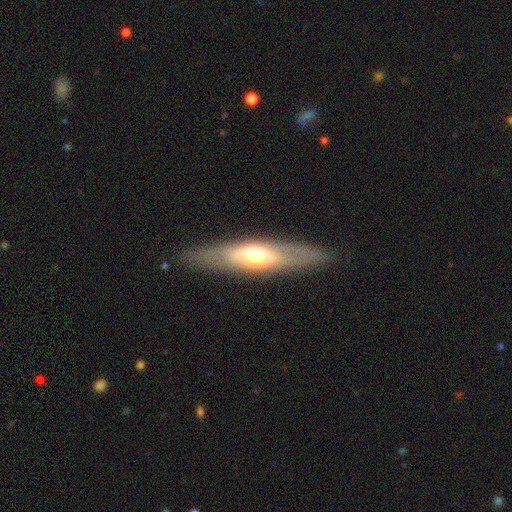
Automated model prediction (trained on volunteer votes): featured or disk 56%, smooth 38%, star or artifact 6%. Down the decision tree: edge-on disk — yes (69%); merging — none (86%).